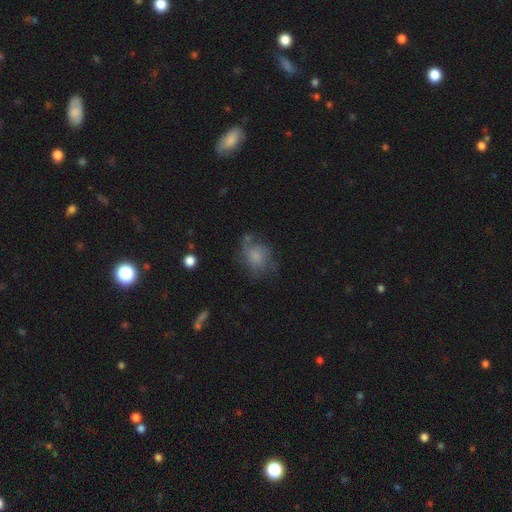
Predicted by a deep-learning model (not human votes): Morphology: type=smooth (52%); roundness=round (50%); merging=none (51%).